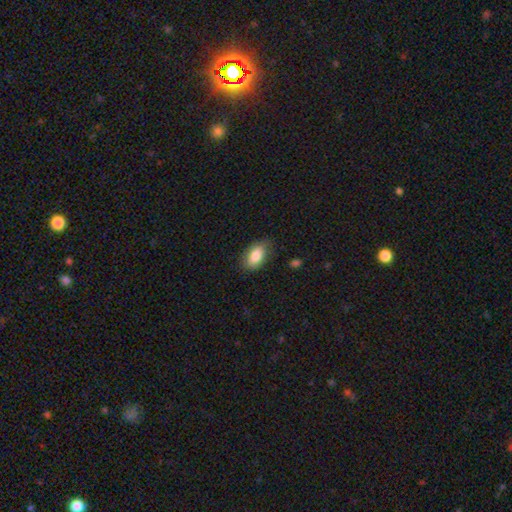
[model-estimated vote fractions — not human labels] A smooth galaxy with no disk features (83%) that is in between round and cigar-shaped (91%).

Vote fractions:
- Smooth or featured? smooth: 83% / featured or disk: 11% / star or artifact: 7%
- How rounded? in between: 91% / round: 6% / cigar-shaped: 3%
- Merging? none: 78% / minor disturbance: 17% / major disturbance: 3% / merger: 1%